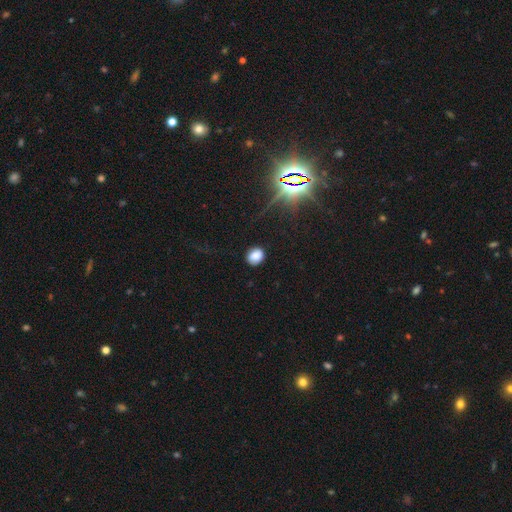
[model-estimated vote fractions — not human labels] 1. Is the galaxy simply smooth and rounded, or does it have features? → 82% smooth, 12% star or artifact, 6% featured or disk.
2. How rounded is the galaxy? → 54% round, 45% in between, 1% cigar-shaped.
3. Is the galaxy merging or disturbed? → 84% none, 11% minor disturbance, 3% major disturbance, 1% merger.